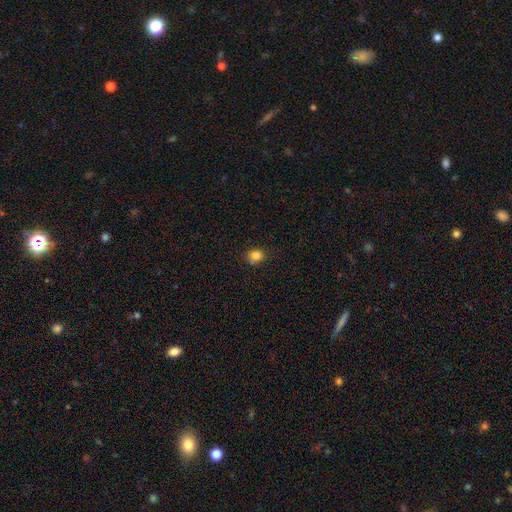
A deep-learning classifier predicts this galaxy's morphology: Smooth or featured: smooth — 83% (star or artifact — 12%)
How rounded: round — 67% (in between — 32%)
Merging: none — 79% (minor disturbance — 15%)